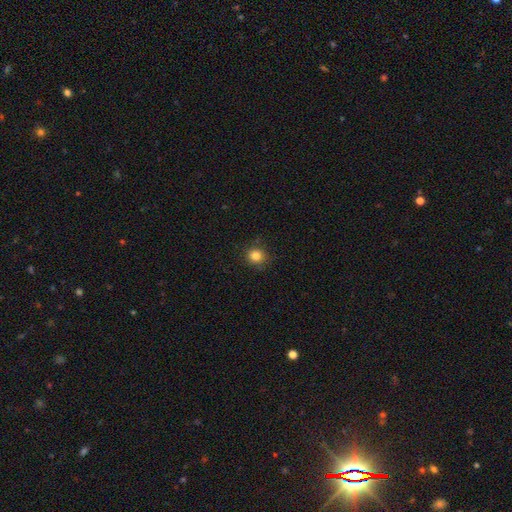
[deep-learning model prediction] This is clearly a smooth galaxy (84%). How rounded: clearly round (89%). Merging: clearly none (85%).